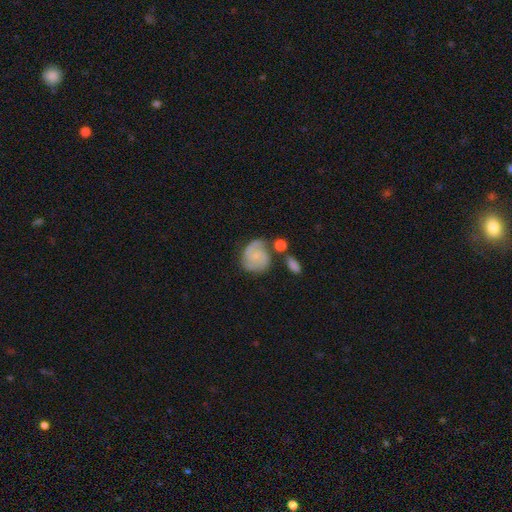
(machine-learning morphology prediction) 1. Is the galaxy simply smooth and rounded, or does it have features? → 63% featured or disk, 31% smooth, 6% star or artifact.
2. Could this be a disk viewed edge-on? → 98% no, 2% yes.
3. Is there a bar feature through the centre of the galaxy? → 69% no, 27% weak, 4% strong.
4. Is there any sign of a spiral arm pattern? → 90% yes, 10% no.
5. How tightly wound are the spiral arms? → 43% tight, 42% medium, 15% loose.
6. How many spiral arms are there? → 58% 2, 18% can't tell, 12% 3, 7% 1, 3% 4, 2% more than 4.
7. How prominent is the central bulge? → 66% small, 18% moderate, 14% none, 1% large, 1% dominant.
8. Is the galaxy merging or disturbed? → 58% none, 22% minor disturbance, 12% merger, 9% major disturbance.